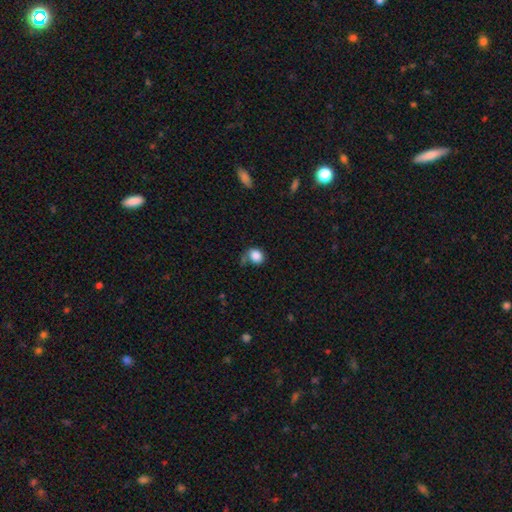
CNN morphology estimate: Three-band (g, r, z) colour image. It shows a smooth galaxy with no disk features (86%) that is round (62%). Merging: none (58%).